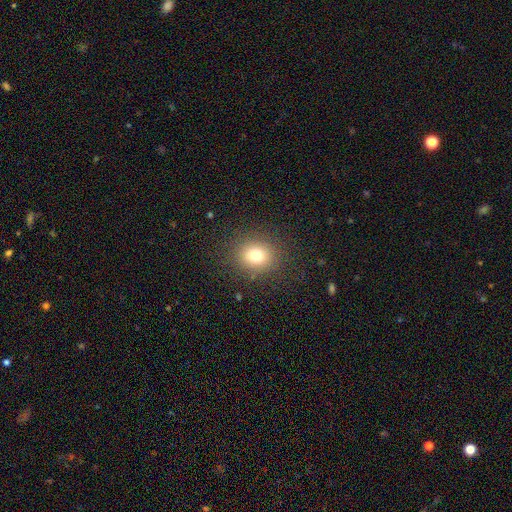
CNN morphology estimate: smooth 77%, star or artifact 14%, featured or disk 10%. Down the decision tree: how rounded — round (73%); merging — none (86%).